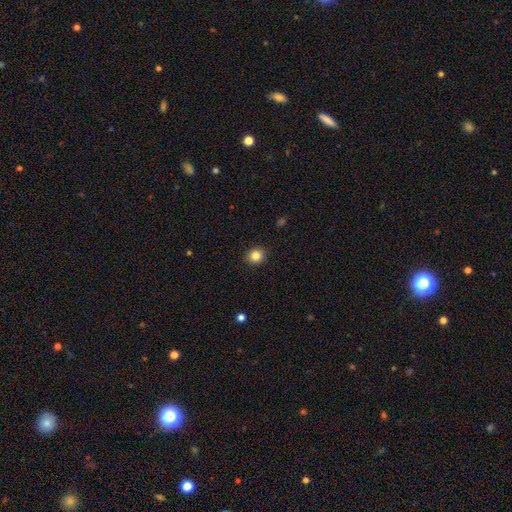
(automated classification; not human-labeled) This is clearly a smooth galaxy (85%). How rounded: clearly round (86%). Merging: clearly none (92%).